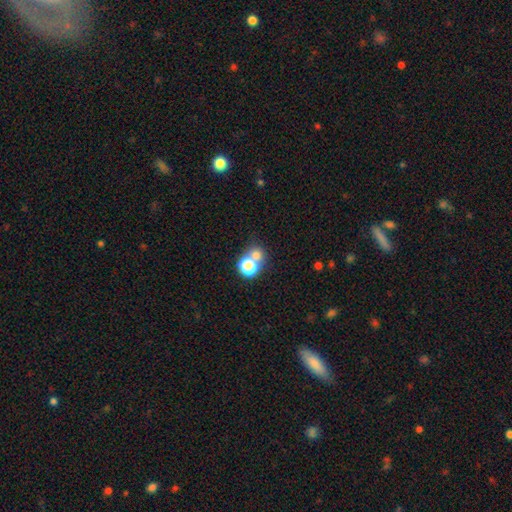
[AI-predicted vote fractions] smooth_or_featured: smooth (p=0.70) [alt: star or artifact p=0.19]
how_rounded: round (p=0.81) [alt: in between p=0.18]
merging: merger (p=0.46) [alt: none p=0.44]